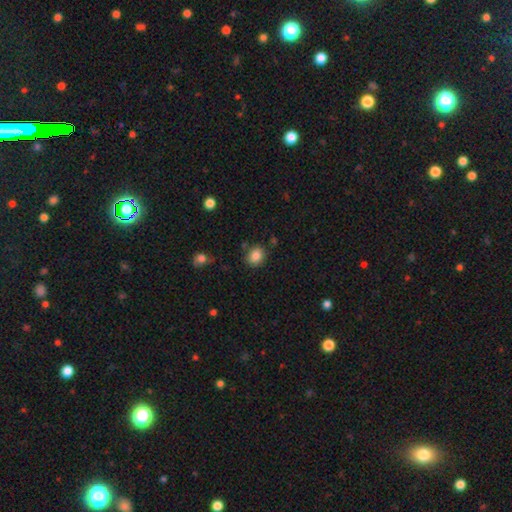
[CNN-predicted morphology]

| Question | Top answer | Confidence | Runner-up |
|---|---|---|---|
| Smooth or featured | smooth | 85% | star or artifact (10%) |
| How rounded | round | 65% | in between (34%) |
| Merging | none | 81% | minor disturbance (11%) |